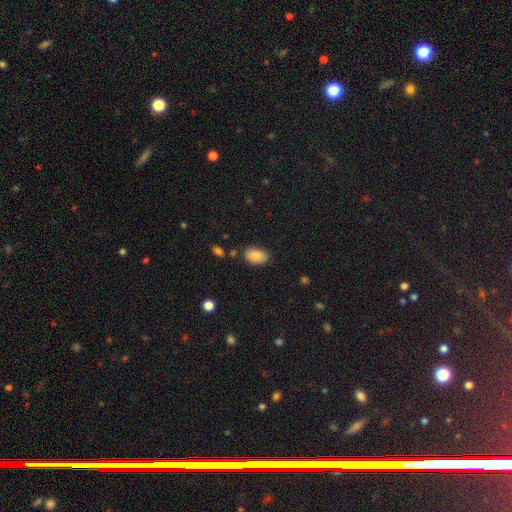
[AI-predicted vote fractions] Smooth or featured? Predicted: smooth (p=0.86). How rounded? Predicted: in between (p=0.92). Merging? Predicted: none (p=0.82).